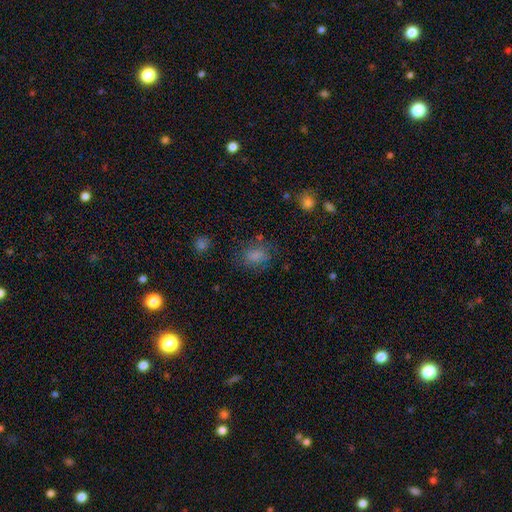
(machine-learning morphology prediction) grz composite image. It shows a smooth galaxy with no disk features (76%) that is in between round and cigar-shaped (65%). Merging: none (69%).